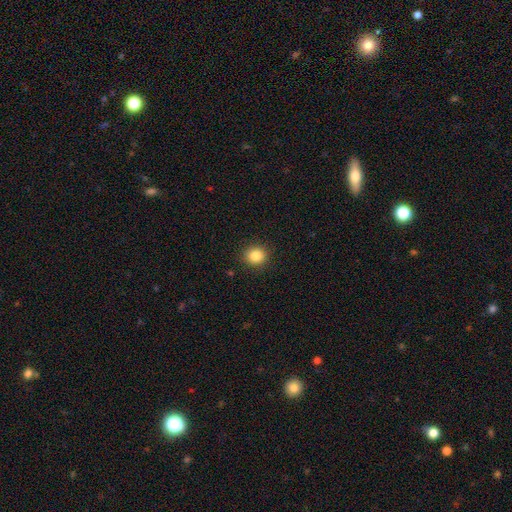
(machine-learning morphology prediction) Smooth or featured? Predicted: smooth (p=0.85). How rounded? Predicted: round (p=0.83). Merging? Predicted: none (p=0.91).